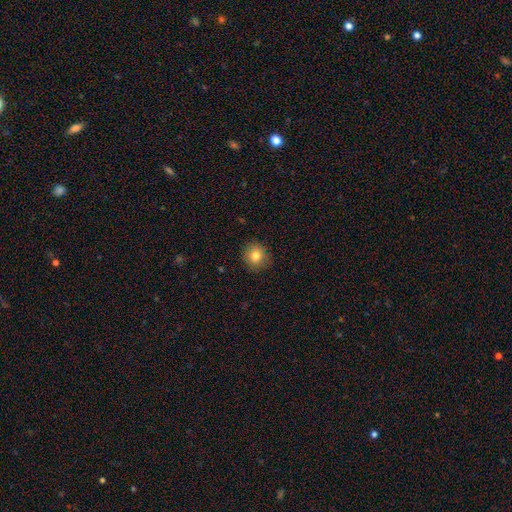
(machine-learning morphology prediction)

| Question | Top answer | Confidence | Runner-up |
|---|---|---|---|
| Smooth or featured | smooth | 81% | star or artifact (11%) |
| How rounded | round | 89% | in between (10%) |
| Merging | none | 89% | minor disturbance (8%) |